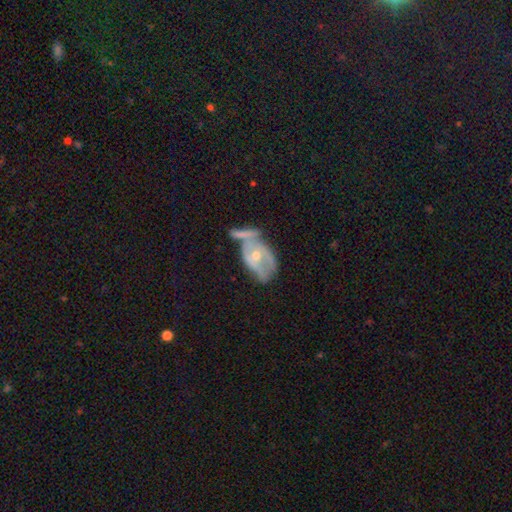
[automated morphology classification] Smooth or featured?
  - featured or disk: 68% *
  - smooth: 25%
  - star or artifact: 7%
Edge-on disk?
  - no: 92% *
  - yes: 8%
Bar?
  - no: 68% *
  - weak: 24%
  - strong: 8%
Spiral arms?
  - yes: 60% *
  - no: 40%
Bulge size?
  - moderate: 53% *
  - small: 43%
  - large: 2%
  - none: 1%
  - dominant: 1%
Merging?
  - merger: 36% *
  - none: 25%
  - minor disturbance: 20%
  - major disturbance: 18%